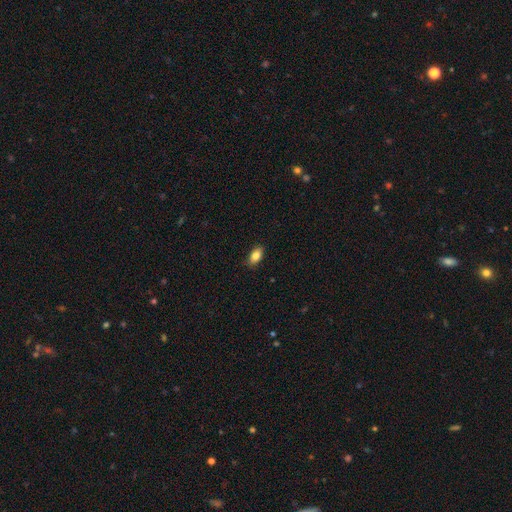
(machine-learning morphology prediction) smooth-or-featured: smooth: 83% | featured or disk: 9% | star or artifact: 8%
  how-rounded: in between: 89% | round: 7% | cigar-shaped: 4%
  merging: none: 86% | minor disturbance: 11% | major disturbance: 2% | merger: 1%